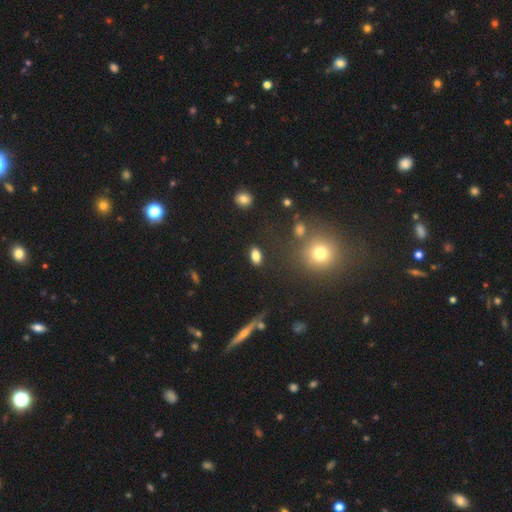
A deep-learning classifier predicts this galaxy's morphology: Smooth or featured: smooth — 82% (star or artifact — 10%)
How rounded: in between — 87% (round — 9%)
Merging: none — 84% (minor disturbance — 10%)